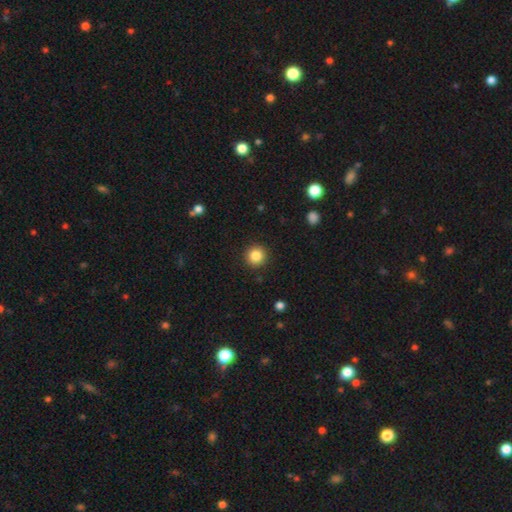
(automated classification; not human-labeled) smooth 85%, star or artifact 10%, featured or disk 5%. Down the decision tree: how rounded — round (95%); merging — none (92%).